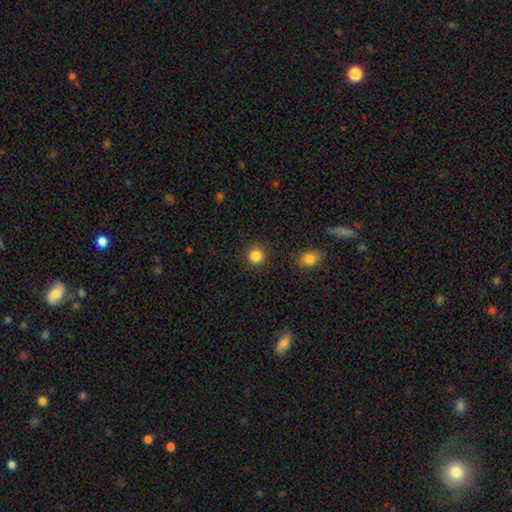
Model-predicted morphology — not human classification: smooth-or-featured: smooth: 85% | star or artifact: 11% | featured or disk: 4%
  how-rounded: round: 92% | in between: 7% | cigar-shaped: 1%
  merging: none: 90% | minor disturbance: 6% | major disturbance: 2% | merger: 2%